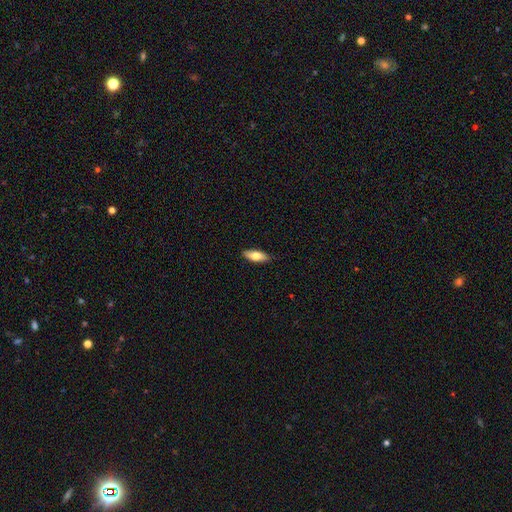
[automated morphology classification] smooth_or_featured: smooth (p=0.75) [alt: featured or disk p=0.19]
how_rounded: in between (p=0.70) [alt: cigar-shaped p=0.27]
merging: none (p=0.87) [alt: minor disturbance p=0.10]